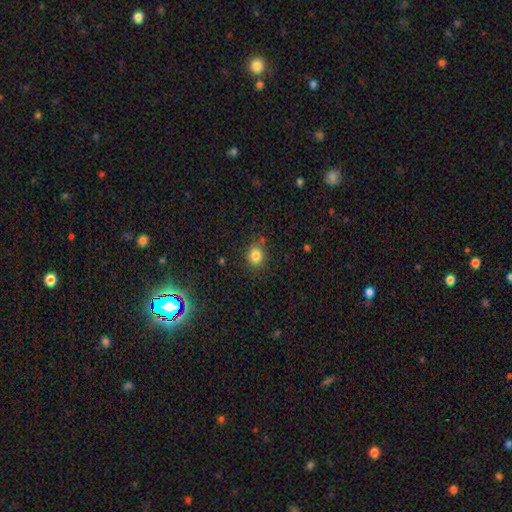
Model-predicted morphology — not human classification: Smooth or featured? Predicted: smooth (p=0.82). How rounded? Predicted: round (p=0.71). Merging? Predicted: none (p=0.81).